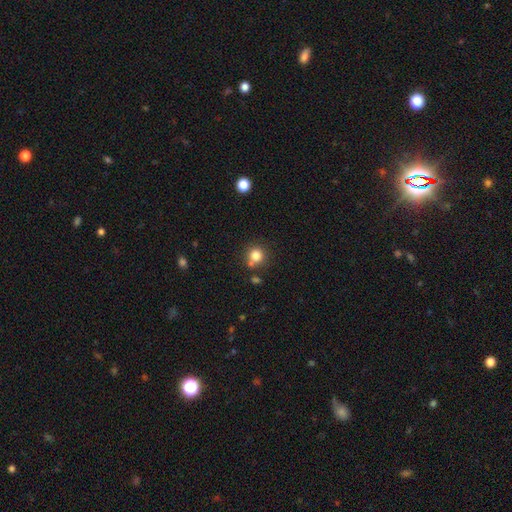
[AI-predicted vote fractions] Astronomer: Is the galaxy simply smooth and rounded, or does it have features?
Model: smooth — 81%.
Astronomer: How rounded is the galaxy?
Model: round — 90%.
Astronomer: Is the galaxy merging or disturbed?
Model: none — 70%.